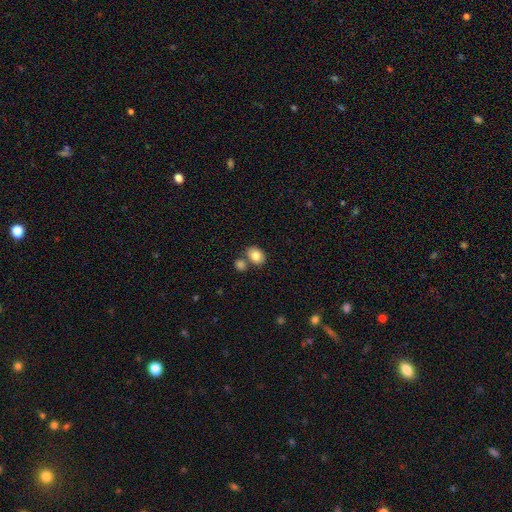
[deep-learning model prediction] Smooth or featured?
  - smooth: 83% *
  - featured or disk: 9%
  - star or artifact: 8%
How rounded?
  - in between: 59% *
  - round: 40%
  - cigar-shaped: 1%
Merging?
  - none: 65% *
  - merger: 22%
  - minor disturbance: 11%
  - major disturbance: 3%